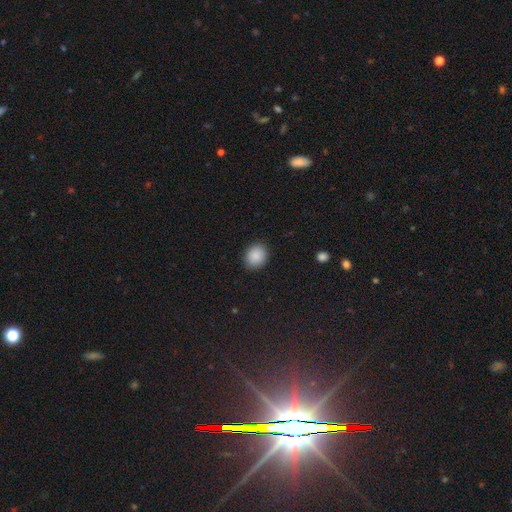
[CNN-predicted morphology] type=smooth (88%); roundness=round (56%); merging=none (88%).